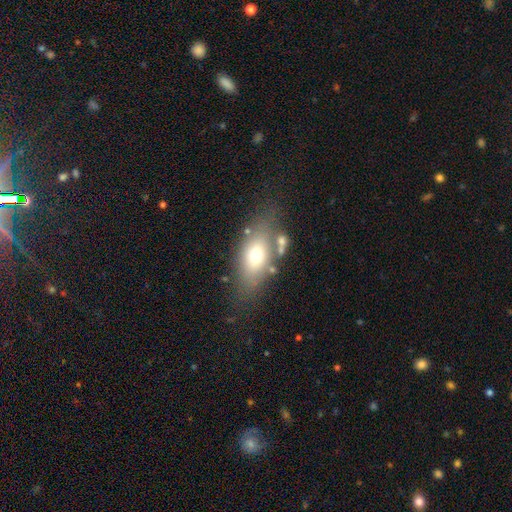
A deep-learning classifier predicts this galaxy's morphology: Overall: smooth (65%; featured or disk 25%). How rounded: in between (81%). Merging: none (64%).